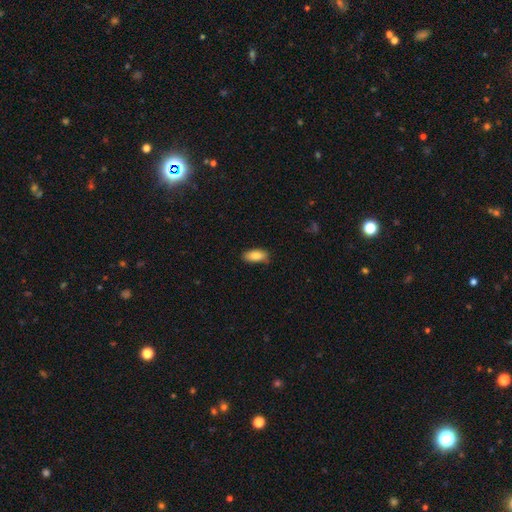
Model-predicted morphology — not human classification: type=smooth (86%); roundness=in between (89%); merging=none (79%).